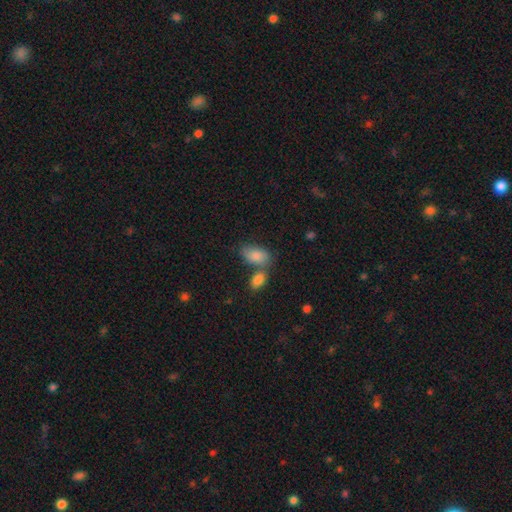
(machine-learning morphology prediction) Overall: smooth (84%). How rounded: in between (92%). Merging: none (43%; merger 36%).